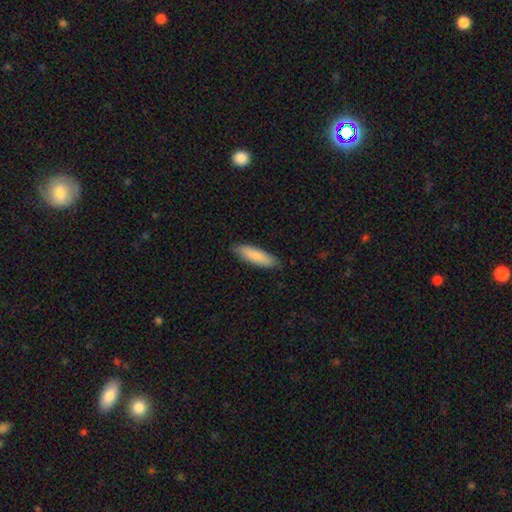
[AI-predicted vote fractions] The model was most divided on "how rounded": cigar-shaped: 59%, in between: 40%, round: 1%. More confident: merging — none (87%); smooth or featured — smooth (85%).